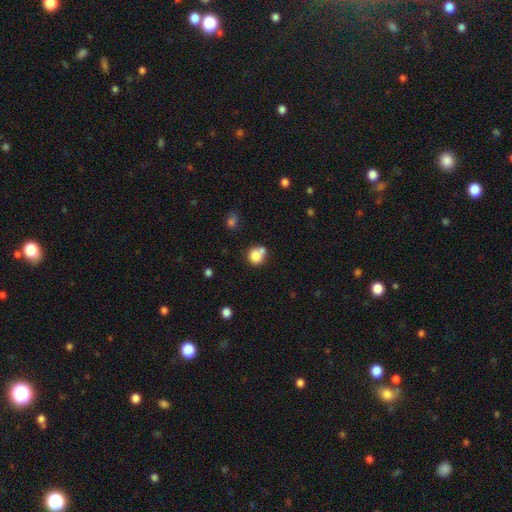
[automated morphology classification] Smooth or featured? smooth (80%)
How rounded? round (80%)
Merging? none (44%)